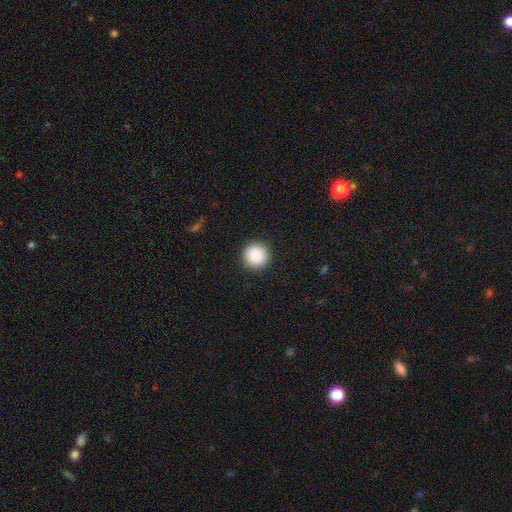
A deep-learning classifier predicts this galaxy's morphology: A smooth galaxy with no disk features (88%) that is round (96%). Merging: none (93%).